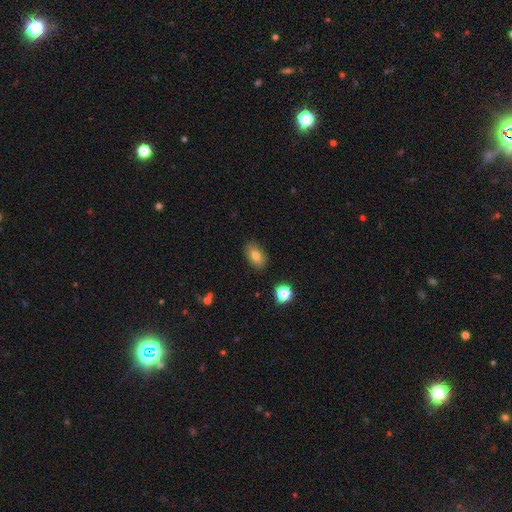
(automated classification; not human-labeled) A smooth galaxy with no disk features (75%) that is in between round and cigar-shaped (87%). Merging: none (86%).